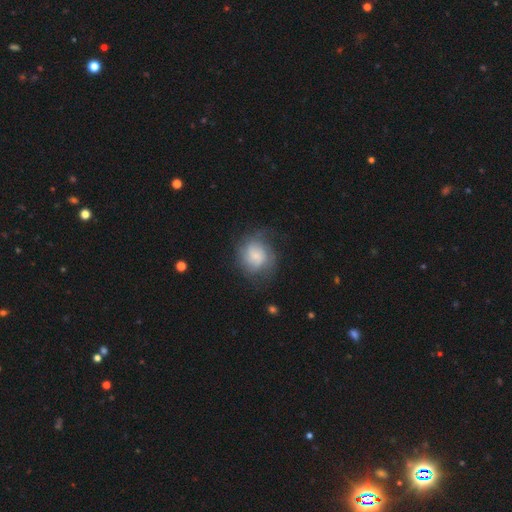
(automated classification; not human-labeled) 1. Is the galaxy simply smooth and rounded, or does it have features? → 50% smooth, 41% featured or disk, 9% star or artifact.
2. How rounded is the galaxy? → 73% round, 26% in between, 1% cigar-shaped.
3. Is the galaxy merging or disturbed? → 58% none, 23% minor disturbance, 17% major disturbance, 2% merger.